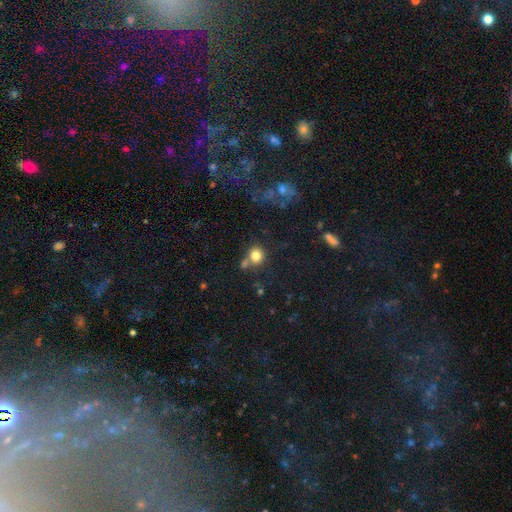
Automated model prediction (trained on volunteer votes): Smooth or featured? Predicted: smooth (p=0.80). How rounded? Predicted: round (p=0.86). Merging? Predicted: none (p=0.65).